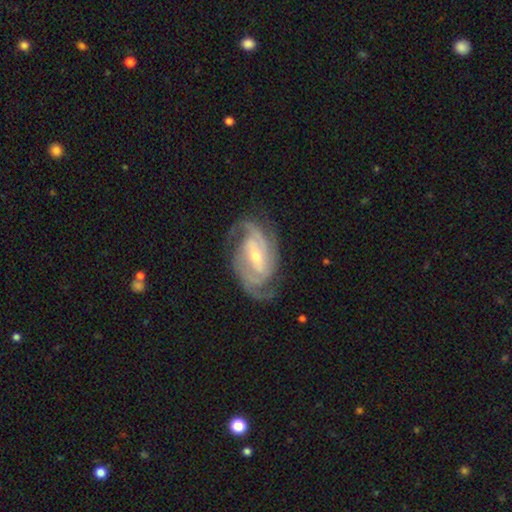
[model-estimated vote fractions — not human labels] The model was most divided on "bulge size": moderate: 49%, small: 48%, large: 2%, none: 1%, dominant: 1%. Remaining: spiral arms — yes (98%); edge-on disk — no (97%); smooth or featured — featured or disk (92%); merging — none (77%); spiral winding — tight (53%); bar — weak (41%); spiral arm count — 2 (40%).